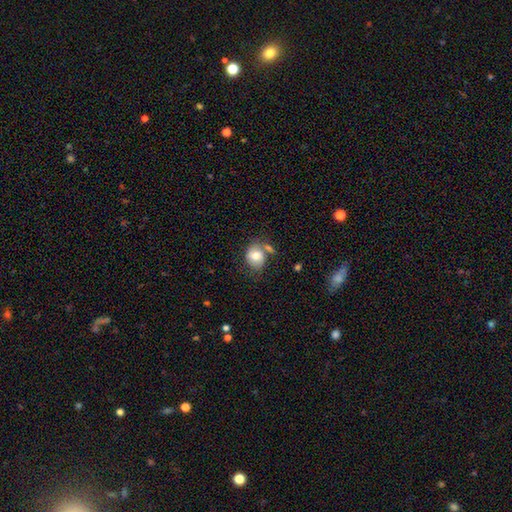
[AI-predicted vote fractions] This appears to be a smooth galaxy with no disk features (74%) that is round (59%). Merging: none (53%).